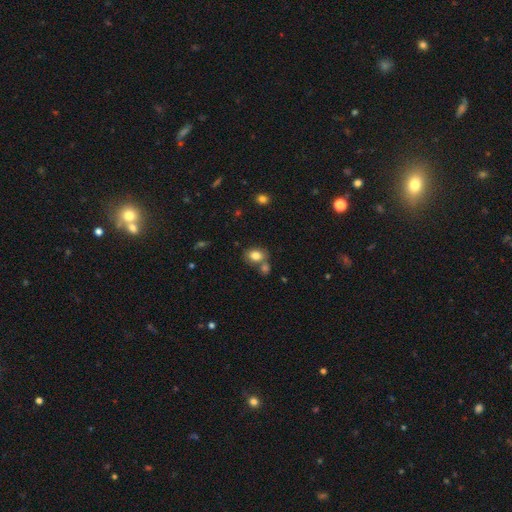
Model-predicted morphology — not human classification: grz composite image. It shows a smooth galaxy with no disk features (82%) that is in between round and cigar-shaped (64%). Merging: none (58%).